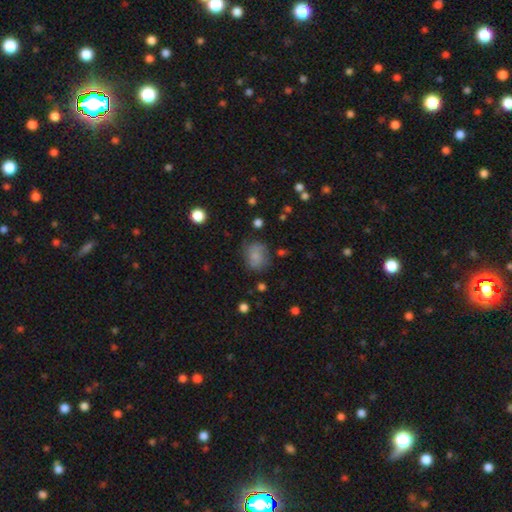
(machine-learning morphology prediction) This is likely a smooth galaxy (68%). How rounded: possibly round (56%). Merging: possibly none (60%).